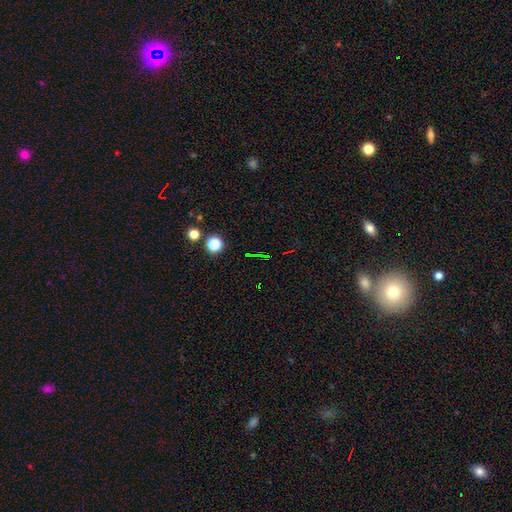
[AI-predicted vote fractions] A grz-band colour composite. It shows a star or artifact, not a galaxy (70%).